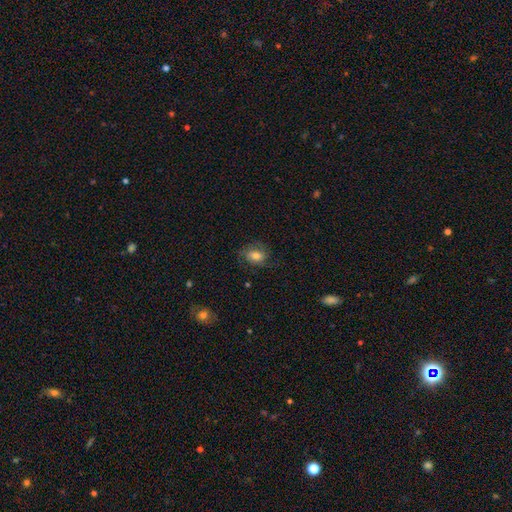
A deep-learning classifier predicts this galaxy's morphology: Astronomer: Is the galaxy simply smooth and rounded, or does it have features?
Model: smooth — 58% (runner-up: featured or disk, 33%).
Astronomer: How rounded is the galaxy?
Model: in between — 67%.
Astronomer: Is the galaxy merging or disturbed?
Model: none — 67%.